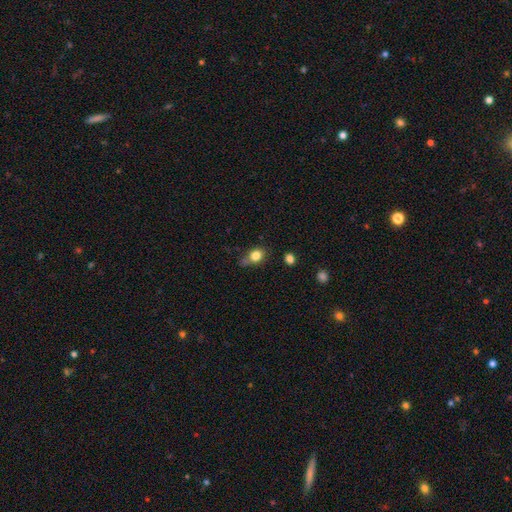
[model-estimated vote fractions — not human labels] Smooth or featured: smooth — 82% (star or artifact — 10%)
How rounded: round — 53% (in between — 45%)
Merging: none — 56% (minor disturbance — 24%)